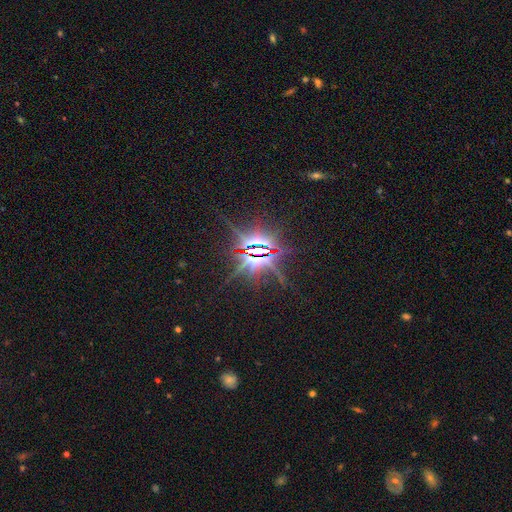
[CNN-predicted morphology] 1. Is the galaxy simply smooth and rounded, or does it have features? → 83% star or artifact, 11% featured or disk, 6% smooth.